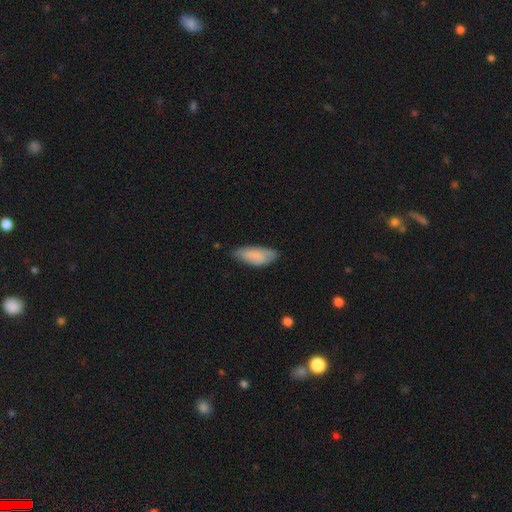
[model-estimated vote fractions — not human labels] Smooth or featured? smooth (81%)
How rounded? in between (85%)
Merging? none (65%)